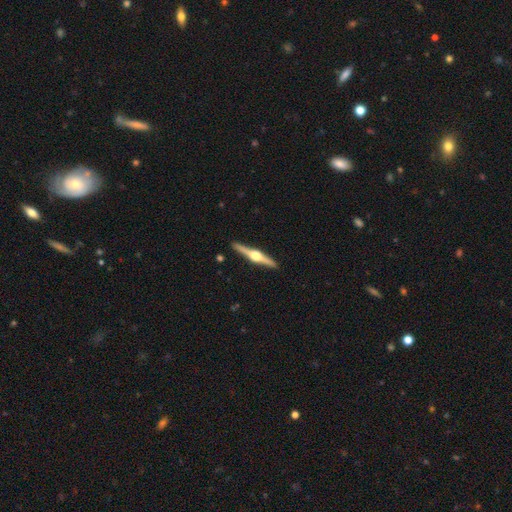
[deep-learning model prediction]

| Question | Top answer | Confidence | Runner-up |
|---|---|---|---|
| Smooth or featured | featured or disk | 82% | smooth (14%) |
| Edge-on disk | yes | 98% | no (2%) |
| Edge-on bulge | rounded | 96% | boxy (2%) |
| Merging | none | 92% | minor disturbance (6%) |